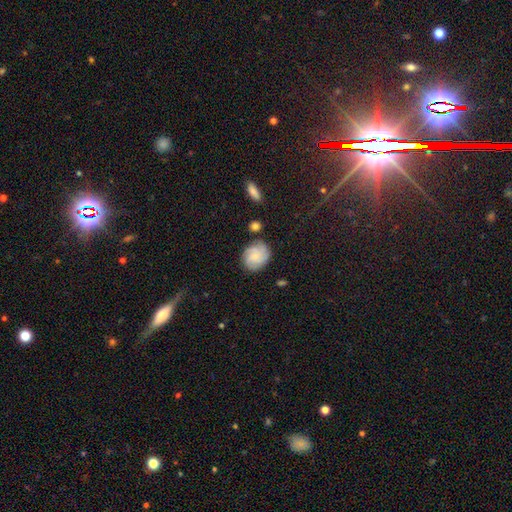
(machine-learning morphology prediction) A featured or disk galaxy (53%) with no bar (76%), spiral arms (93%) and a small central bulge (66%).

Vote fractions:
- Smooth or featured? featured or disk: 53% / smooth: 38% / star or artifact: 9%
- Edge-on disk? no: 98% / yes: 2%
- Bar? no: 76% / weak: 22% / strong: 3%
- Spiral arms? yes: 93% / no: 7%
- Bulge size? small: 66% / moderate: 21% / none: 10% / large: 2% / dominant: 1%
- Merging? none: 76% / minor disturbance: 16% / major disturbance: 4% / merger: 3%